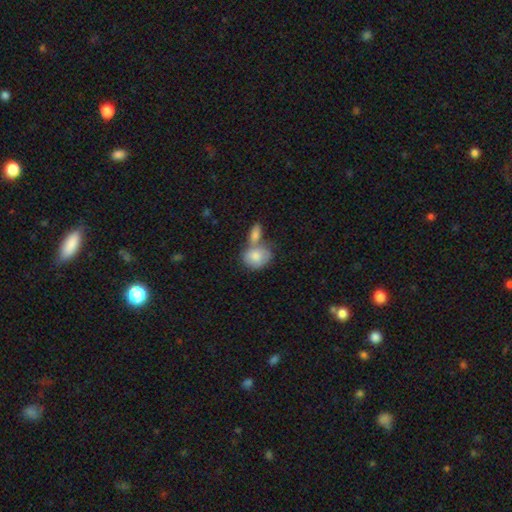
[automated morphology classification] Smooth or featured? Predicted: smooth (p=0.78). How rounded? Predicted: in between (p=0.54). Merging? Predicted: merger (p=0.52).